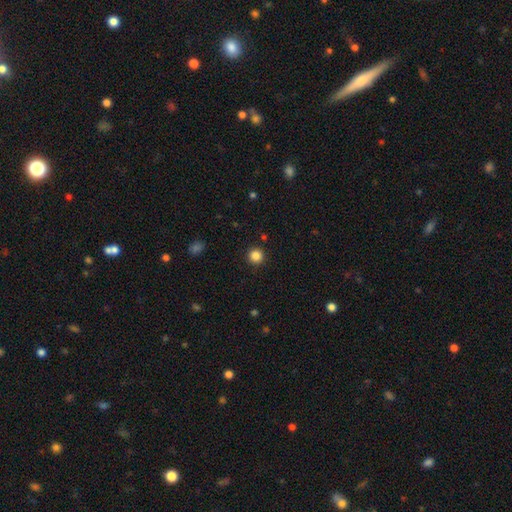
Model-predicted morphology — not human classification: A smooth galaxy with no disk features (85%) that is round (95%).

Vote fractions:
- Smooth or featured? smooth: 85% / star or artifact: 11% / featured or disk: 3%
- How rounded? round: 95% / in between: 4% / cigar-shaped: 1%
- Merging? none: 92% / minor disturbance: 5% / major disturbance: 2% / merger: 1%